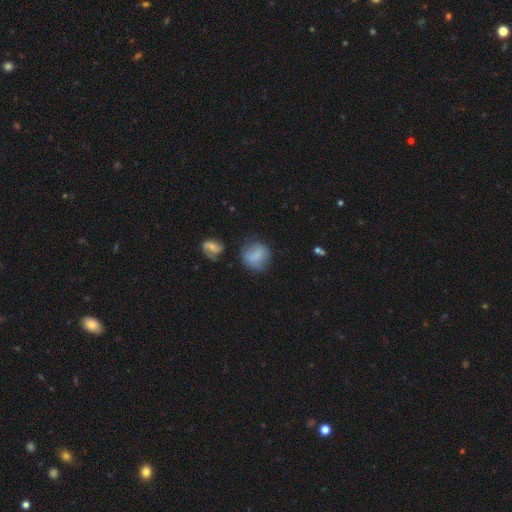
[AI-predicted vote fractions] Q: Smooth or featured?
A: smooth (67%); runner-up: featured or disk (23%)
Q: How rounded?
A: round (74%); runner-up: in between (24%)
Q: Merging?
A: none (63%); runner-up: minor disturbance (22%)